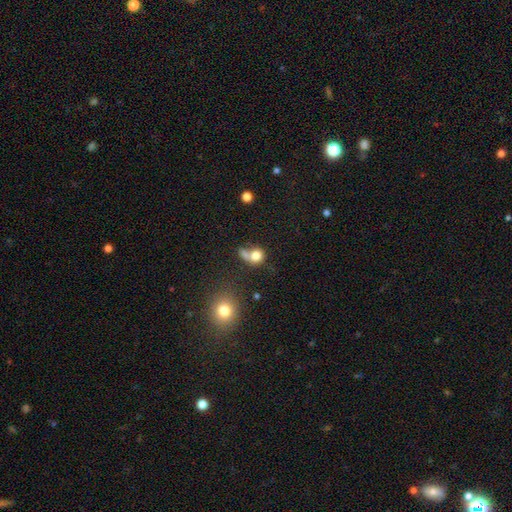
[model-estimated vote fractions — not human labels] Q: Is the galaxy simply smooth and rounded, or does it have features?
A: smooth — 77%.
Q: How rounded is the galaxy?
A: round — 72%.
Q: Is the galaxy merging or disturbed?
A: merger — 39%.